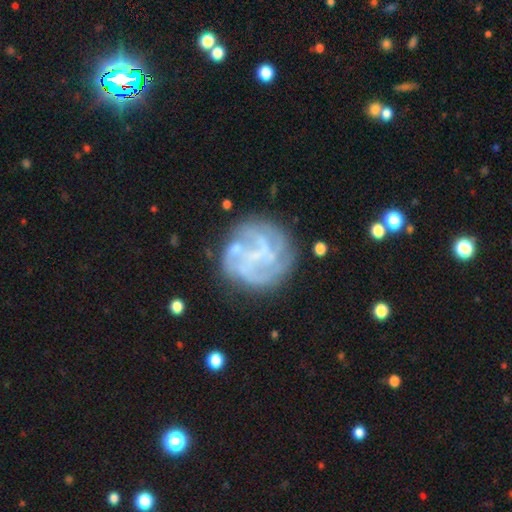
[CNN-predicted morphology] Smooth or featured: featured or disk — 74% (smooth — 17%)
Edge-on disk: no — 98% (yes — 2%)
Bar: no — 53% (weak — 35%)
Spiral arms: yes — 74% (no — 26%)
Spiral winding: tight — 44% (medium — 35%)
Spiral arm count: can't tell — 38% (3 — 20%)
Bulge size: none — 56% (small — 31%)
Merging: none — 69% (minor disturbance — 16%)